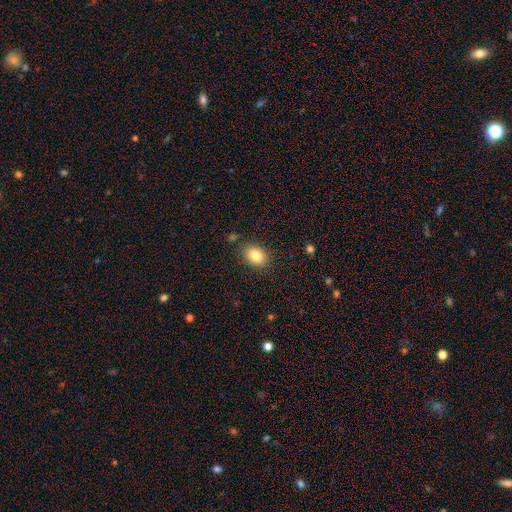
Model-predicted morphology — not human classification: A smooth galaxy with no disk features (84%) that is in between round and cigar-shaped (71%). Merging: none (84%).